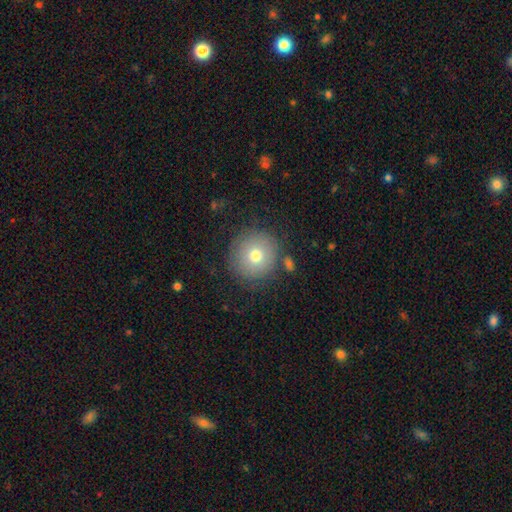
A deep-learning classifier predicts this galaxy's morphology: The model was most divided on "smooth or featured": smooth: 71%, featured or disk: 18%, star or artifact: 10%. More confident: how rounded — round (94%); merging — none (80%).